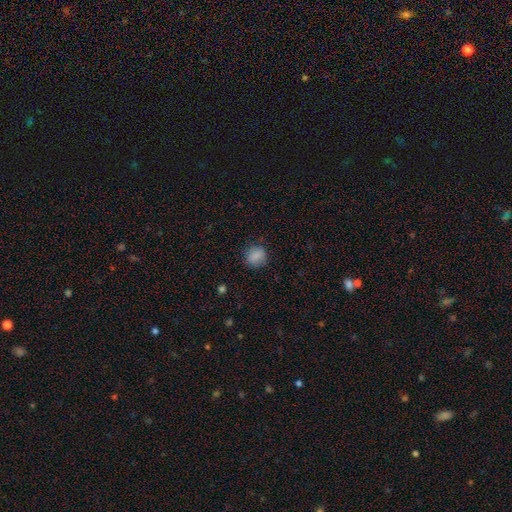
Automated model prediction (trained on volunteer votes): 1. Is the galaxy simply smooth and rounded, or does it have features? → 85% smooth, 10% star or artifact, 5% featured or disk.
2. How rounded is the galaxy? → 76% round, 23% in between, 1% cigar-shaped.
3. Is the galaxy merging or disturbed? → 81% none, 14% minor disturbance, 4% major disturbance, 1% merger.